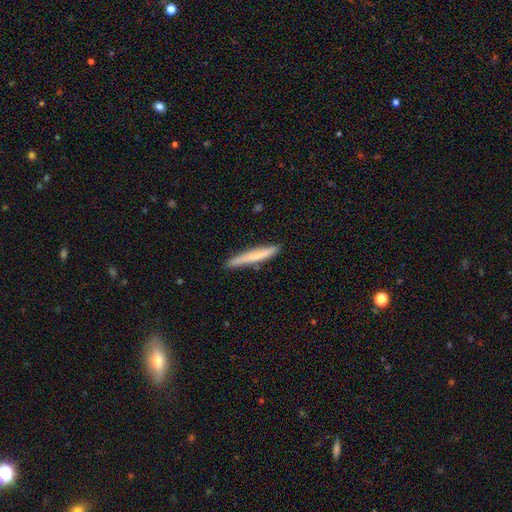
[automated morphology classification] A smooth galaxy with no disk features (67%) that is cigar-shaped (96%). Merging: none (86%).